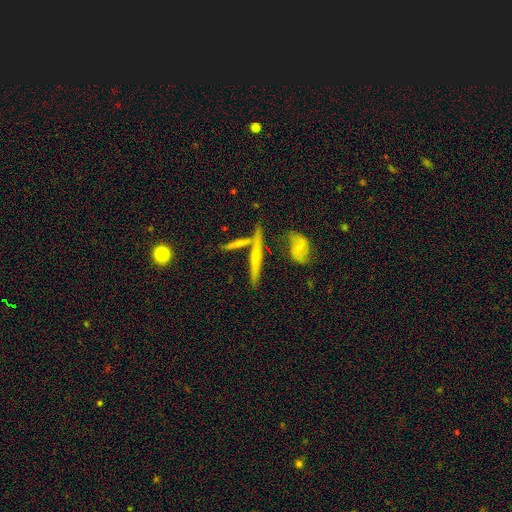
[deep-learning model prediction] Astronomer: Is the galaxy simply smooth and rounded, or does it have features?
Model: featured or disk — 67%.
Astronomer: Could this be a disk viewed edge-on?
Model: yes — 92%.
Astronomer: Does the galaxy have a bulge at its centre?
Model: rounded — 62%.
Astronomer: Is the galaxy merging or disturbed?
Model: none — 69%.